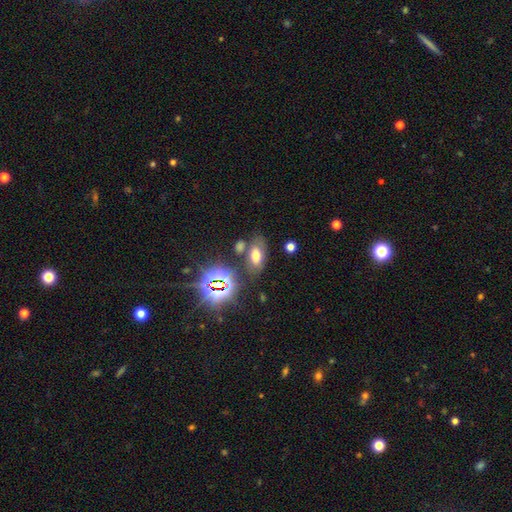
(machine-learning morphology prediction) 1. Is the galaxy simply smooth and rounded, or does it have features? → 54% smooth, 28% star or artifact, 18% featured or disk.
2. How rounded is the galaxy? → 86% in between, 9% round, 4% cigar-shaped.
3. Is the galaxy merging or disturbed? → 66% none, 15% minor disturbance, 12% merger, 7% major disturbance.